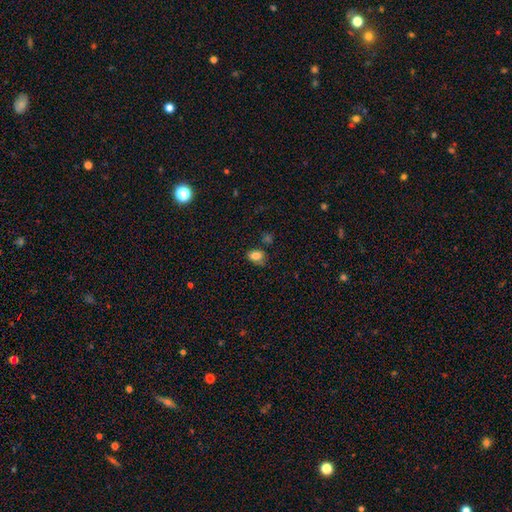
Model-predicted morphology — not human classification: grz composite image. It shows a smooth galaxy with no disk features (83%) that is in between round and cigar-shaped (75%). Merging: none (67%).